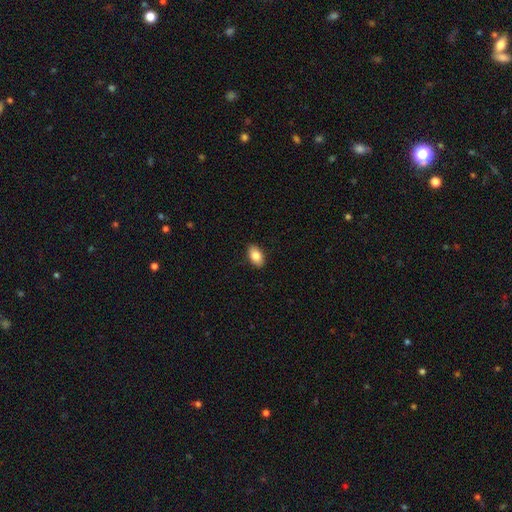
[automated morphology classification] smooth_or_featured: smooth (p=0.84) [alt: featured or disk p=0.09]
how_rounded: in between (p=0.92) [alt: round p=0.06]
merging: none (p=0.90) [alt: minor disturbance p=0.08]